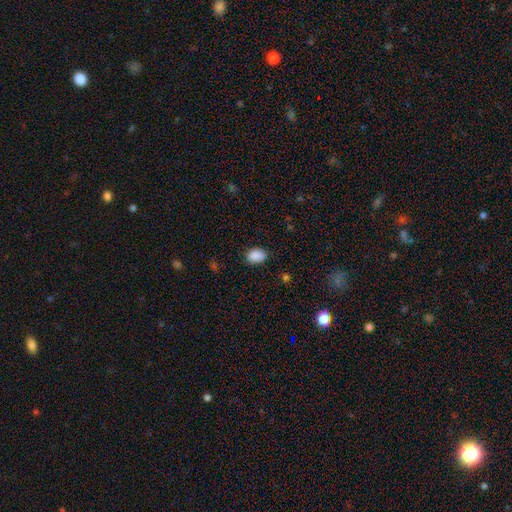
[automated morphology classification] This appears to be a smooth galaxy with no disk features (88%) that is in between round and cigar-shaped (77%). Merging: none (79%).